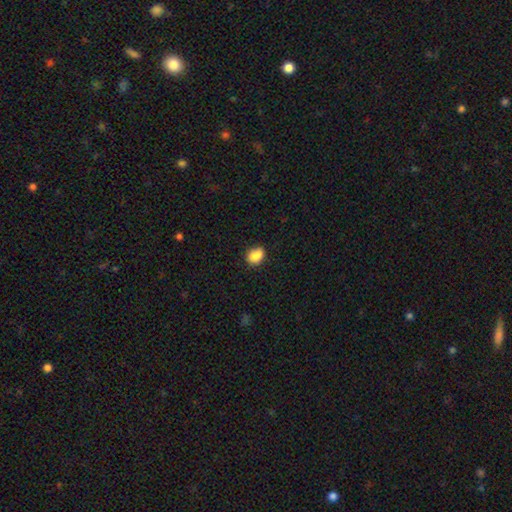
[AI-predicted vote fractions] Smooth or featured? Predicted: smooth (p=0.83). How rounded? Predicted: round (p=0.50). Merging? Predicted: none (p=0.54).